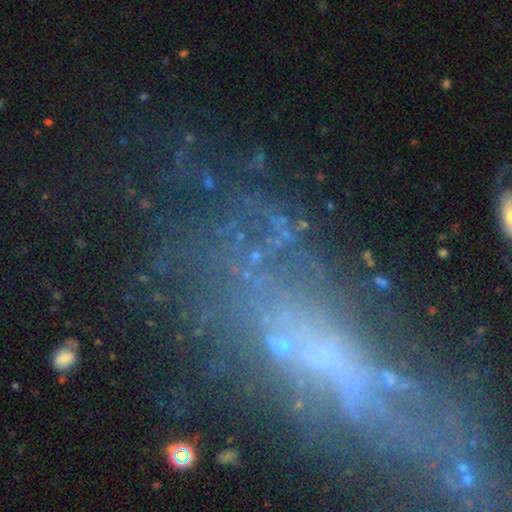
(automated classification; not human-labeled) smooth_or_featured: star or artifact (p=0.46) [alt: featured or disk p=0.34]